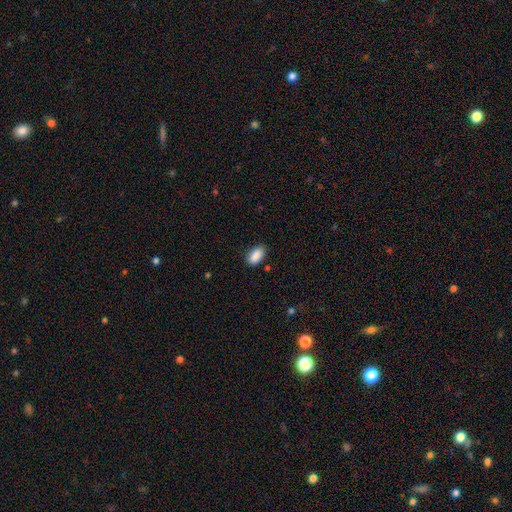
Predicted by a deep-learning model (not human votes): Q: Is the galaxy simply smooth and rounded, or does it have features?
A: smooth — 90%.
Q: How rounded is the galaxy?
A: in between — 93%.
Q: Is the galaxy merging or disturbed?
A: none — 85%.